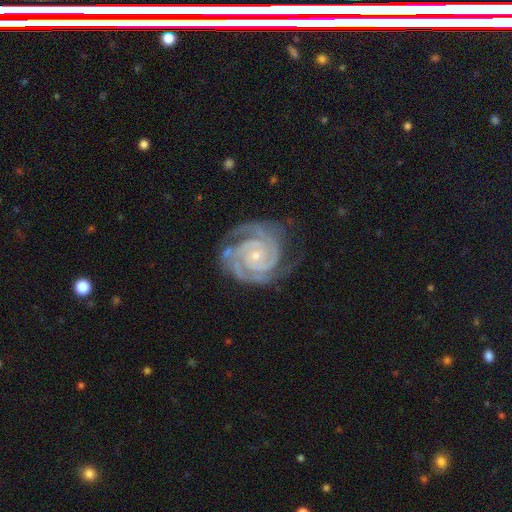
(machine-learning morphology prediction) smooth-or-featured: featured or disk: 93% | star or artifact: 4% | smooth: 3%
  disk-edge-on: no: 98% | yes: 2%
    bar: no: 72% | weak: 20% | strong: 8%
    has-spiral-arms: yes: 99% | no: 1%
      spiral-winding: tight: 79% | medium: 19% | loose: 2%
      spiral-arm-count: 2: 45% | 3: 32% | 4: 8% | can't tell: 7% | more than 4: 4% | 1: 4%
    bulge-size: small: 77% | moderate: 19% | none: 2% | large: 1% | dominant: 1%
  merging: none: 72% | minor disturbance: 19% | major disturbance: 7% | merger: 2%